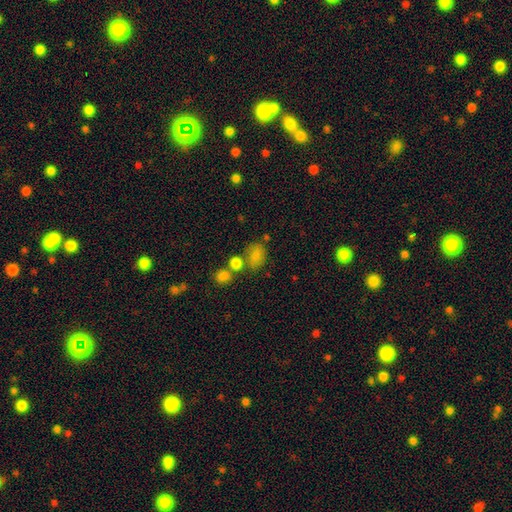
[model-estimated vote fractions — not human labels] Overall: smooth (78%). How rounded: in between (64%; round 35%). Merging: none (54%; merger 22%).